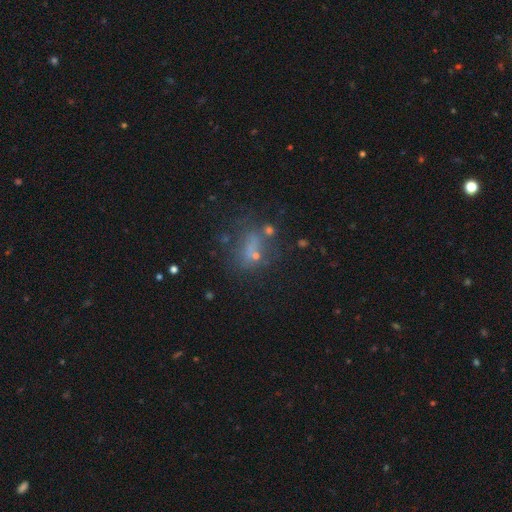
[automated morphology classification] Smooth or featured: smooth — 43% (star or artifact — 31%)
Merging: none — 49% (major disturbance — 18%)